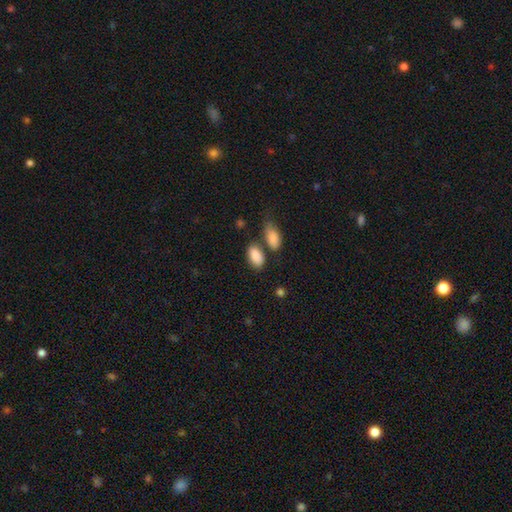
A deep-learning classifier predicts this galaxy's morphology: Smooth or featured? smooth (88%)
How rounded? in between (92%)
Merging? none (60%)